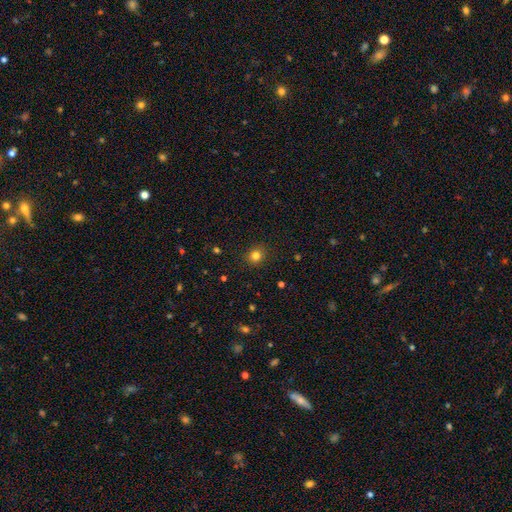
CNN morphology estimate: Smooth or featured? Predicted: smooth (p=0.81). How rounded? Predicted: round (p=0.87). Merging? Predicted: none (p=0.90).